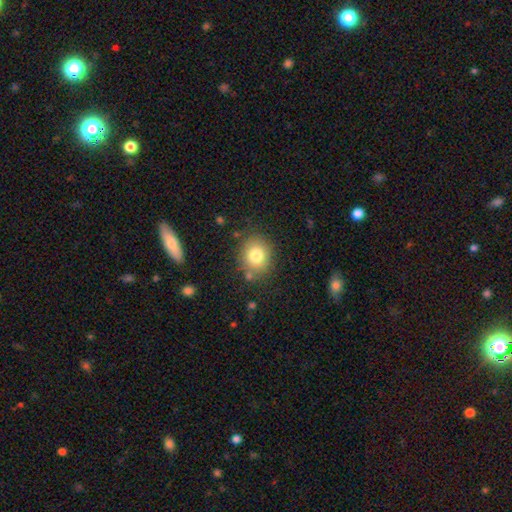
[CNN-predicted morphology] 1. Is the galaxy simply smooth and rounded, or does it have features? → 79% smooth, 11% star or artifact, 10% featured or disk.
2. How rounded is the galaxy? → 73% round, 26% in between, 1% cigar-shaped.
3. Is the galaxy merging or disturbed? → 80% none, 12% minor disturbance, 4% merger, 4% major disturbance.